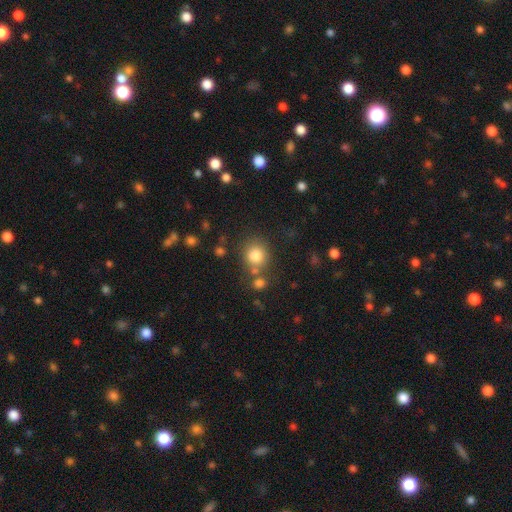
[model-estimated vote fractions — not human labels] Q: Smooth or featured?
A: smooth (81%); runner-up: star or artifact (11%)
Q: How rounded?
A: round (83%); runner-up: in between (17%)
Q: Merging?
A: none (68%); runner-up: merger (15%)